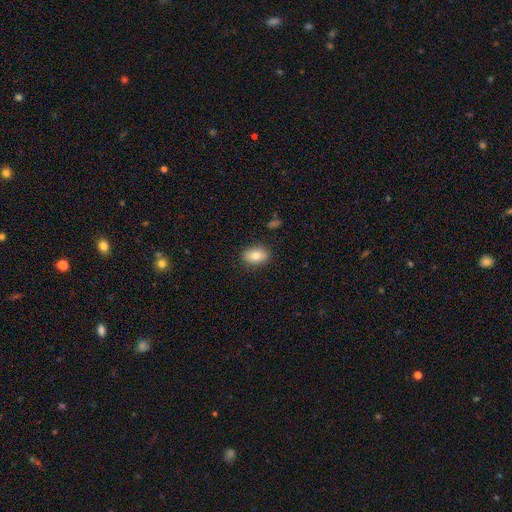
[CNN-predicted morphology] Q: Smooth or featured?
A: smooth (82%); runner-up: featured or disk (11%)
Q: How rounded?
A: in between (84%); runner-up: round (14%)
Q: Merging?
A: none (87%); runner-up: minor disturbance (9%)